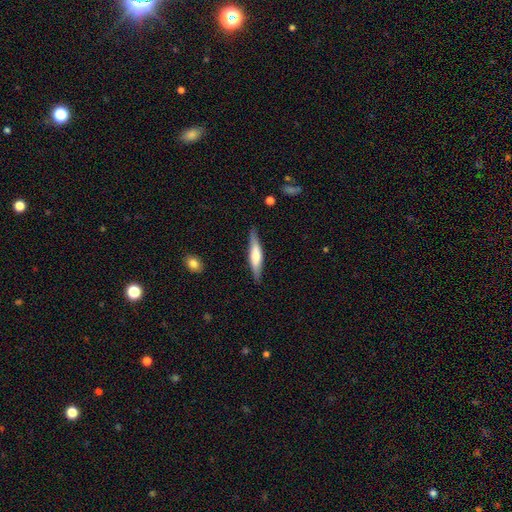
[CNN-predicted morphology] type=smooth (50%); merging=none (84%).